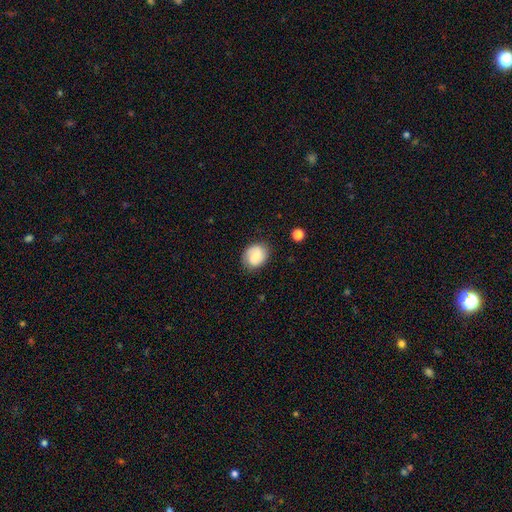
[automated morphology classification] type=smooth (55%); roundness=round (55%); merging=none (80%).